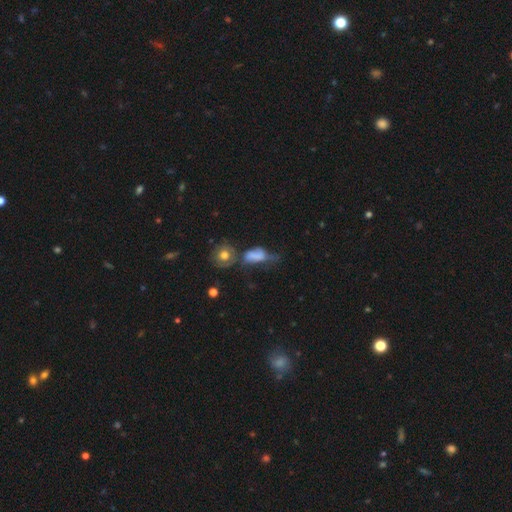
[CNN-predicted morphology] This appears to be a smooth galaxy with no disk features (61%) that is in between round and cigar-shaped (73%). Merging: major disturbance (35%).